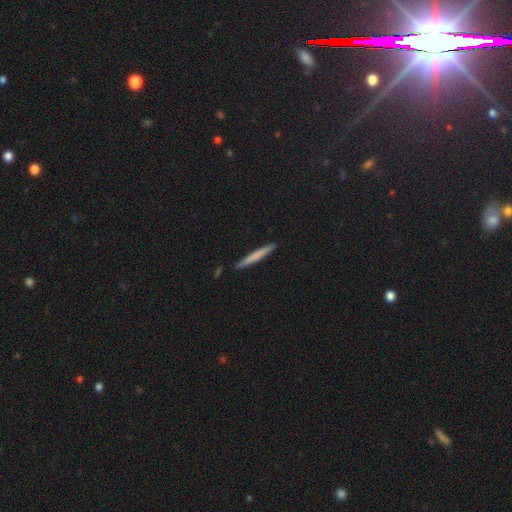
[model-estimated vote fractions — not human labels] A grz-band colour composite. It shows a smooth galaxy with no disk features (68%) that is cigar-shaped (97%). Merging: none (90%).